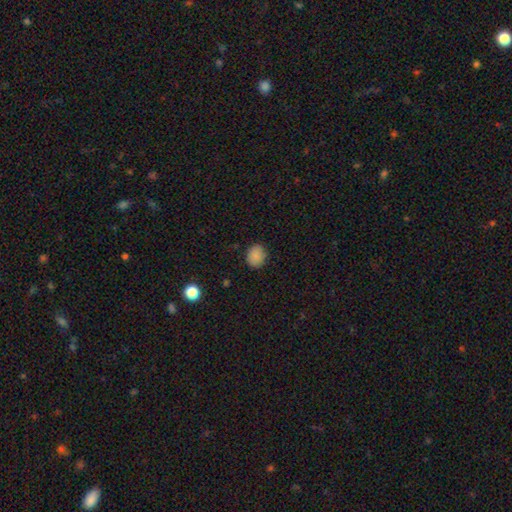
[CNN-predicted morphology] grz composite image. It shows a smooth galaxy with no disk features (86%) that is round (64%). Merging: none (86%).